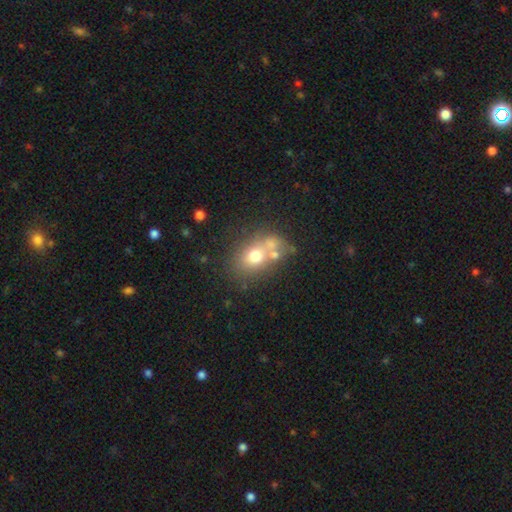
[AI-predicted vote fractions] Overall: smooth (64%). How rounded: in between (57%; round 42%). Merging: none (47%; merger 31%).